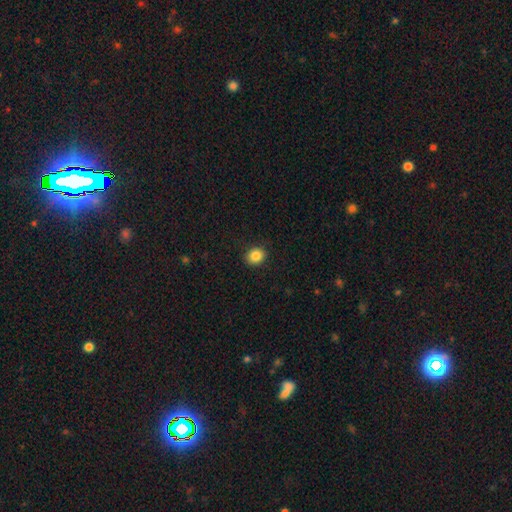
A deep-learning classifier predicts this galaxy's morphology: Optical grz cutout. It shows a smooth galaxy with no disk features (86%) that is round (69%). Merging: none (90%).